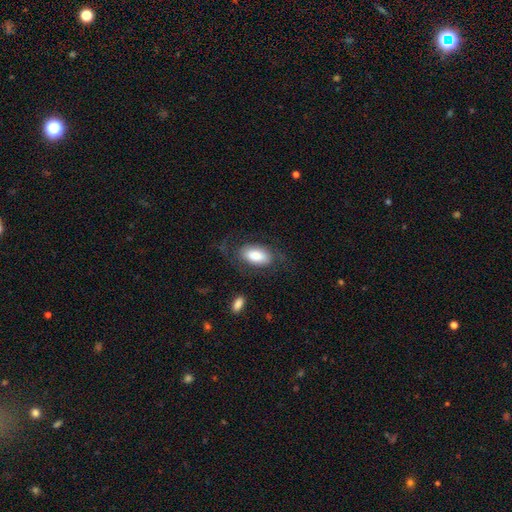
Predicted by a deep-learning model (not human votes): Smooth or featured? smooth (69%)
How rounded? in between (93%)
Merging? none (64%)